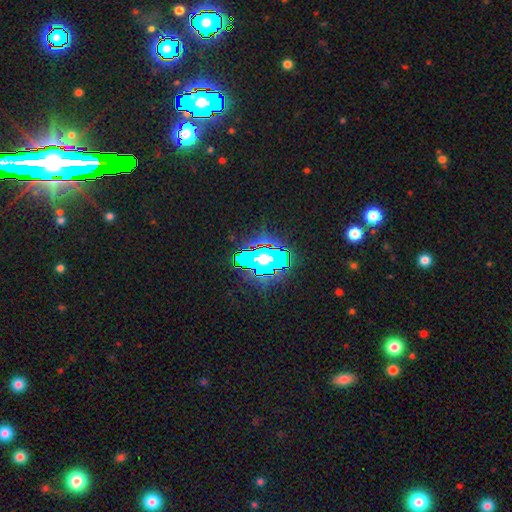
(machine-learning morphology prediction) Smooth or featured?
  - star or artifact: 49% *
  - smooth: 28%
  - featured or disk: 23%